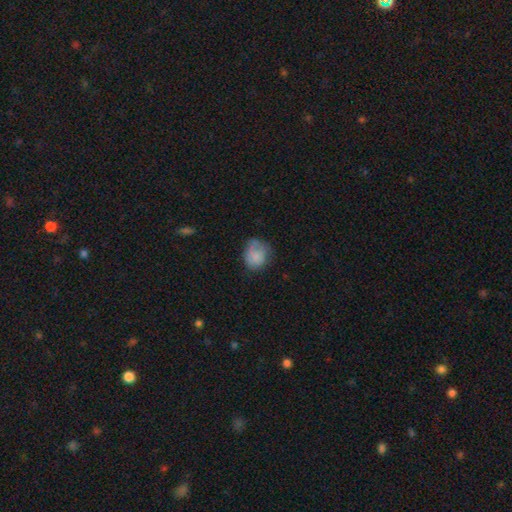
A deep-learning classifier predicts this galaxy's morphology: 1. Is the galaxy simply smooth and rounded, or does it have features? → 76% smooth, 16% featured or disk, 9% star or artifact.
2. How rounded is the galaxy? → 66% round, 33% in between, 1% cigar-shaped.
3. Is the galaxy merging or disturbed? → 49% none, 33% minor disturbance, 15% major disturbance, 3% merger.